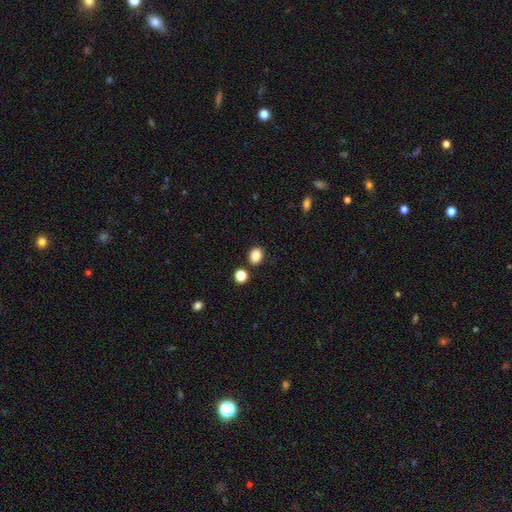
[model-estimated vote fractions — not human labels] smooth-or-featured: smooth: 86% | star or artifact: 10% | featured or disk: 4%
  how-rounded: round: 55% | in between: 44% | cigar-shaped: 1%
  merging: none: 84% | minor disturbance: 8% | merger: 5% | major disturbance: 2%